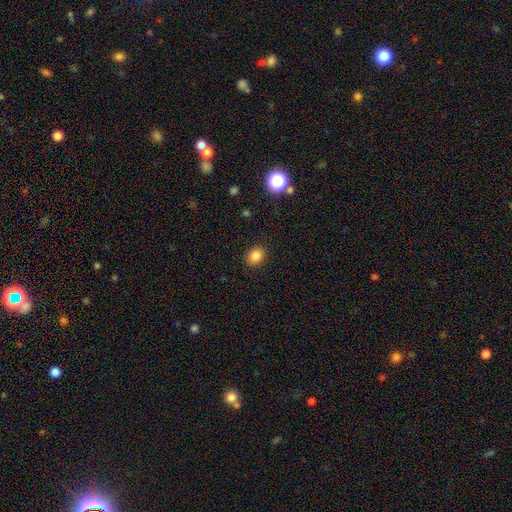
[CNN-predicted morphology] Smooth or featured? smooth (85%)
How rounded? round (55%)
Merging? none (89%)